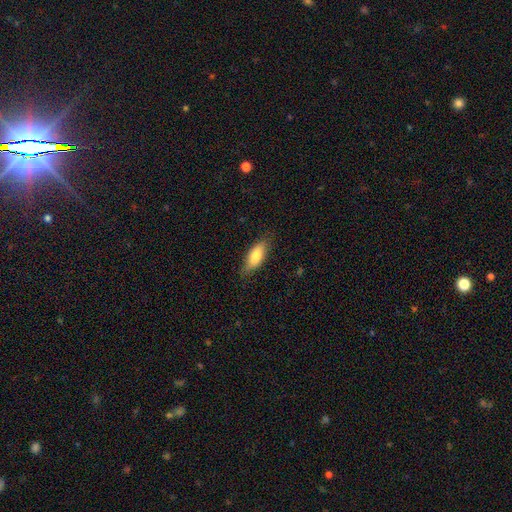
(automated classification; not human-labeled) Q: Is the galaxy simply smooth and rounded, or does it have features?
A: smooth — 78%.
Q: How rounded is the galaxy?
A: in between — 75%.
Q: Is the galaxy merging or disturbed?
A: none — 80%.